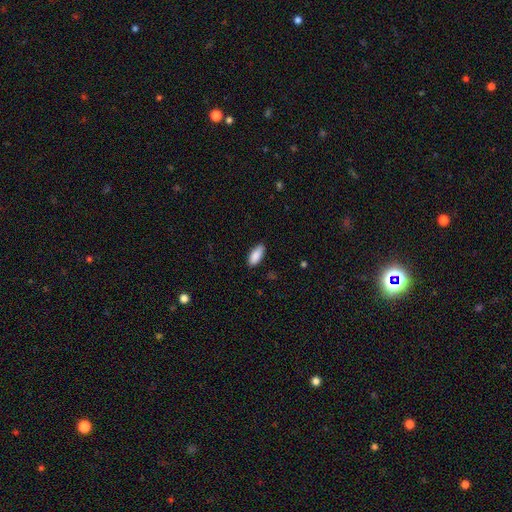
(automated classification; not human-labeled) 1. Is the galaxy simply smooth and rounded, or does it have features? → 89% smooth, 6% star or artifact, 5% featured or disk.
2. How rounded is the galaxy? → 84% in between, 14% cigar-shaped, 2% round.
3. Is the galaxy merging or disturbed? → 83% none, 14% minor disturbance, 2% major disturbance, 1% merger.